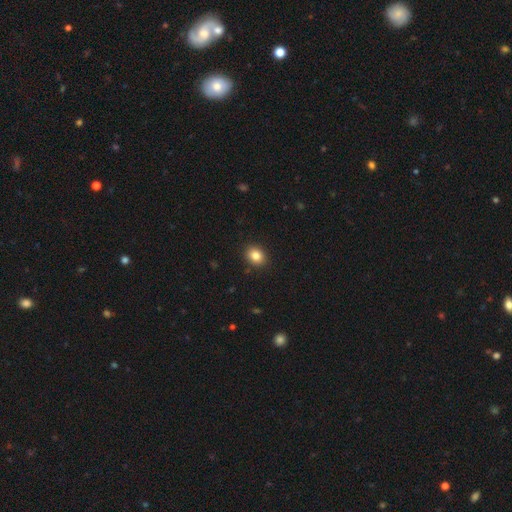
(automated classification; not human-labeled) A smooth galaxy with no disk features (84%) that is round (53%).

Vote fractions:
- Smooth or featured? smooth: 84% / star or artifact: 10% / featured or disk: 6%
- How rounded? round: 53% / in between: 46% / cigar-shaped: 1%
- Merging? none: 90% / minor disturbance: 7% / major disturbance: 2% / merger: 1%